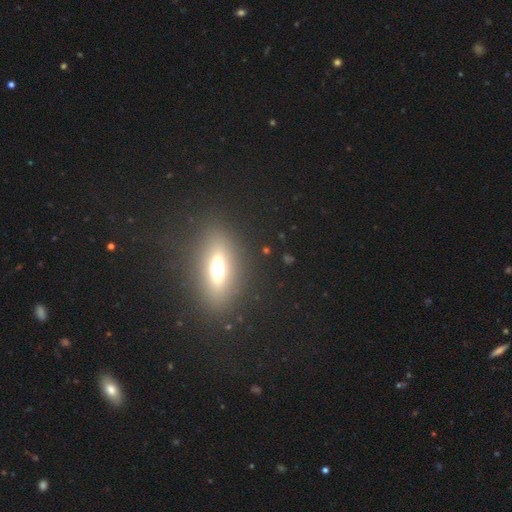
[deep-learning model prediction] A smooth galaxy with no disk features (43%).

Vote fractions:
- Smooth or featured? smooth: 43% / featured or disk: 39% / star or artifact: 18%
- Merging? none: 86% / minor disturbance: 8% / major disturbance: 4% / merger: 1%